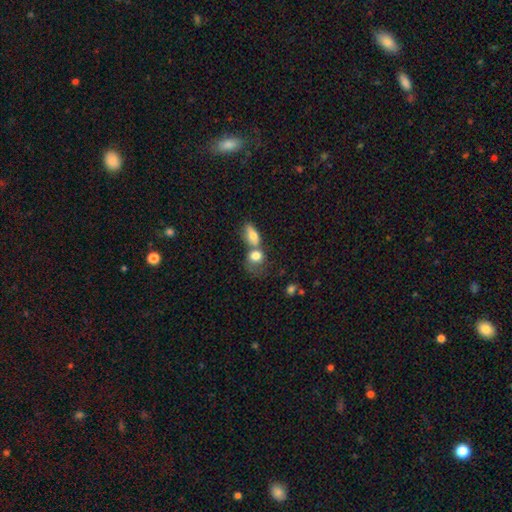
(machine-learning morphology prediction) Smooth or featured? smooth (77%)
How rounded? in between (49%)
Merging? merger (60%)